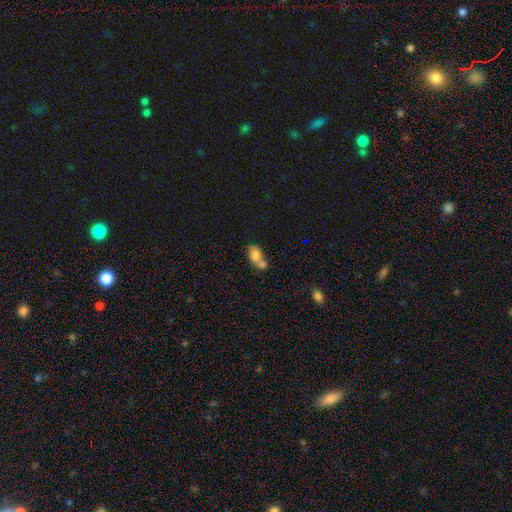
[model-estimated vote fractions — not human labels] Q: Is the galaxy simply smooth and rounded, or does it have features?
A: smooth — 73%.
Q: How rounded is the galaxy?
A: in between — 59%.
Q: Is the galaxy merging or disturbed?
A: merger — 66%.